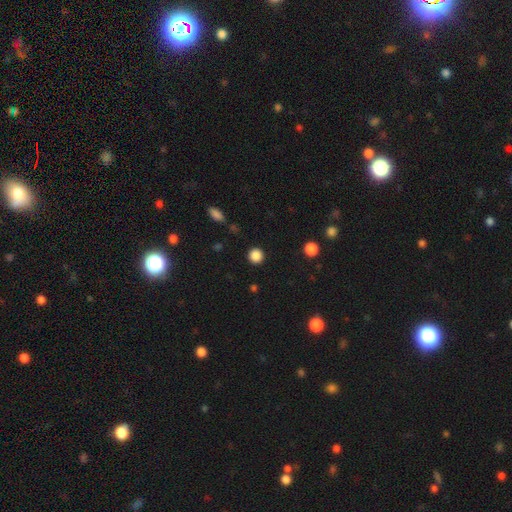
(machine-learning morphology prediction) Smooth or featured: smooth — 86% (star or artifact — 11%)
How rounded: round — 94% (in between — 5%)
Merging: none — 91% (minor disturbance — 5%)